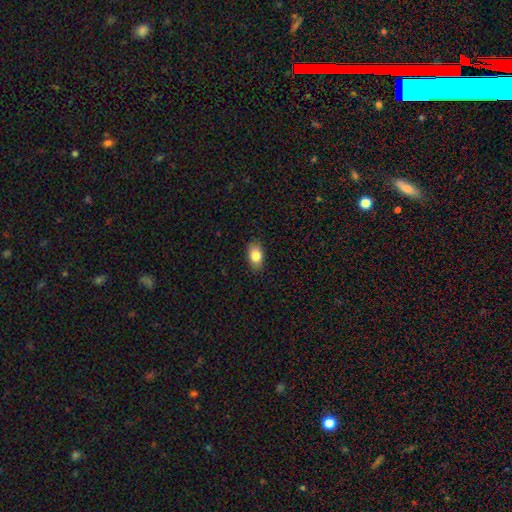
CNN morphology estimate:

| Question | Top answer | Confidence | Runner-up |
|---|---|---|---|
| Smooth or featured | smooth | 84% | featured or disk (8%) |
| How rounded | in between | 88% | round (10%) |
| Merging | none | 87% | minor disturbance (10%) |